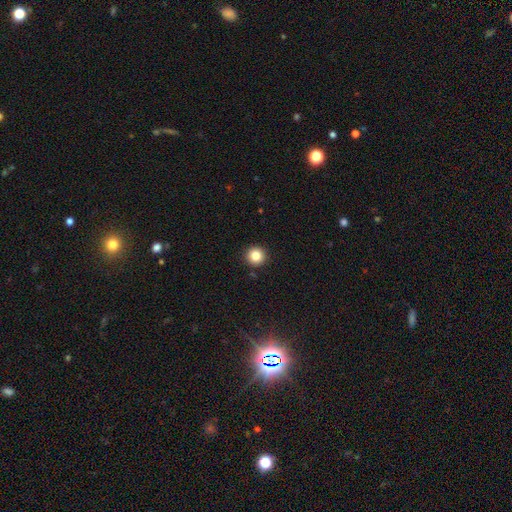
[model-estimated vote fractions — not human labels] smooth-or-featured: smooth: 84% | star or artifact: 11% | featured or disk: 5%
  how-rounded: round: 95% | in between: 4% | cigar-shaped: 1%
  merging: none: 92% | minor disturbance: 5% | major disturbance: 2% | merger: 1%